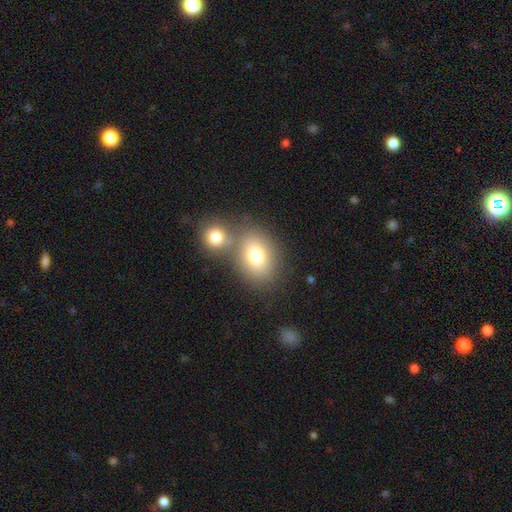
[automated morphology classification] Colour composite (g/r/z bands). It shows a smooth galaxy with no disk features (76%) that is in between round and cigar-shaped (58%). Merging: none (52%).